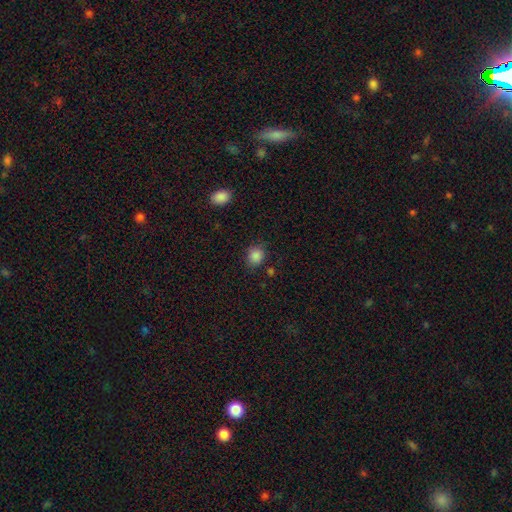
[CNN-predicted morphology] A smooth galaxy with no disk features (86%) that is round (72%).

Vote fractions:
- Smooth or featured? smooth: 86% / star or artifact: 11% / featured or disk: 3%
- How rounded? round: 72% / in between: 27% / cigar-shaped: 1%
- Merging? none: 80% / minor disturbance: 14% / major disturbance: 4% / merger: 3%